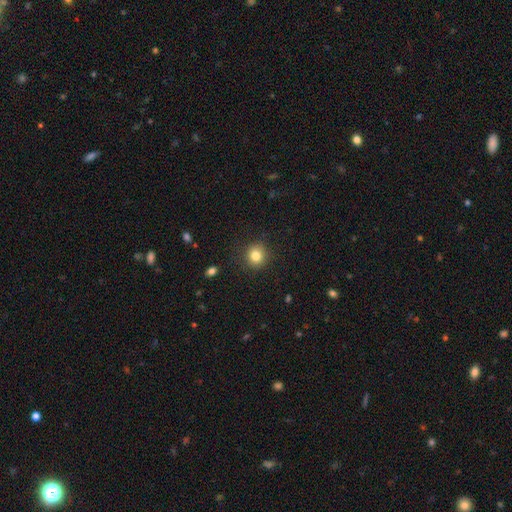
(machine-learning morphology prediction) A smooth galaxy with no disk features (82%) that is round (88%).

Vote fractions:
- Smooth or featured? smooth: 82% / star or artifact: 11% / featured or disk: 7%
- How rounded? round: 88% / in between: 11% / cigar-shaped: 1%
- Merging? none: 88% / minor disturbance: 8% / major disturbance: 3% / merger: 1%